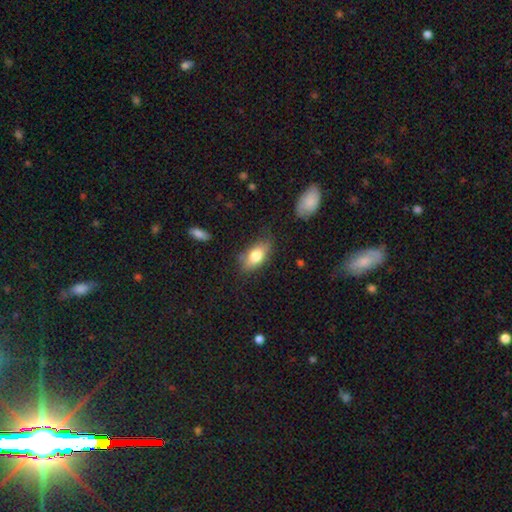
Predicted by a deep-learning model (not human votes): Smooth or featured? smooth (77%)
How rounded? in between (88%)
Merging? none (69%)